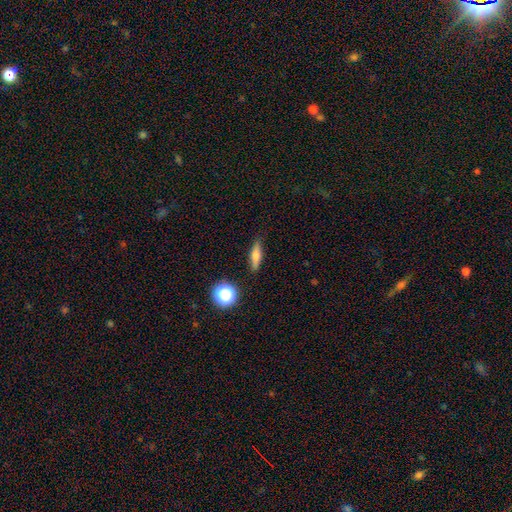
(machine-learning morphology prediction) Q: Smooth or featured?
A: smooth (62%); runner-up: featured or disk (28%)
Q: How rounded?
A: cigar-shaped (62%); runner-up: in between (31%)
Q: Merging?
A: none (85%); runner-up: minor disturbance (11%)